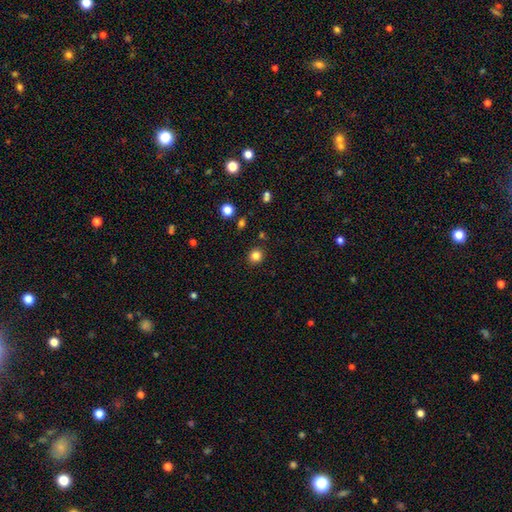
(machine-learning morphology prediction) Smooth or featured? Predicted: smooth (p=0.83). How rounded? Predicted: round (p=0.89). Merging? Predicted: none (p=0.90).